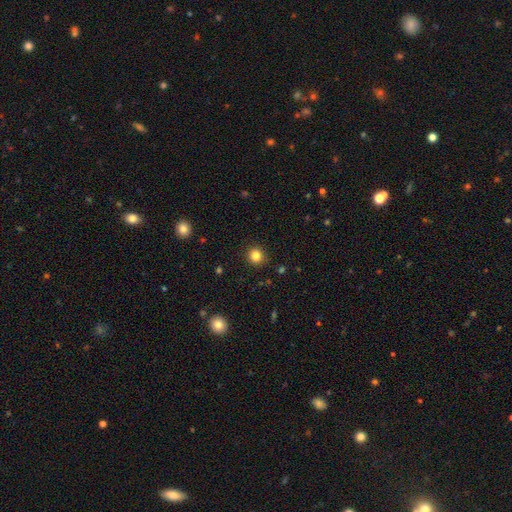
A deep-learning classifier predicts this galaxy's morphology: A smooth galaxy with no disk features (84%) that is round (92%).

Vote fractions:
- Smooth or featured? smooth: 84% / star or artifact: 12% / featured or disk: 4%
- How rounded? round: 92% / in between: 7% / cigar-shaped: 1%
- Merging? none: 91% / minor disturbance: 6% / major disturbance: 2% / merger: 1%